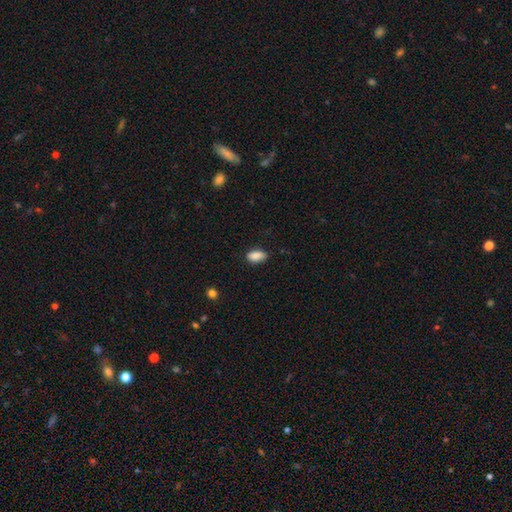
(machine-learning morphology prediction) Smooth or featured? Predicted: smooth (p=0.88). How rounded? Predicted: in between (p=0.91). Merging? Predicted: none (p=0.80).